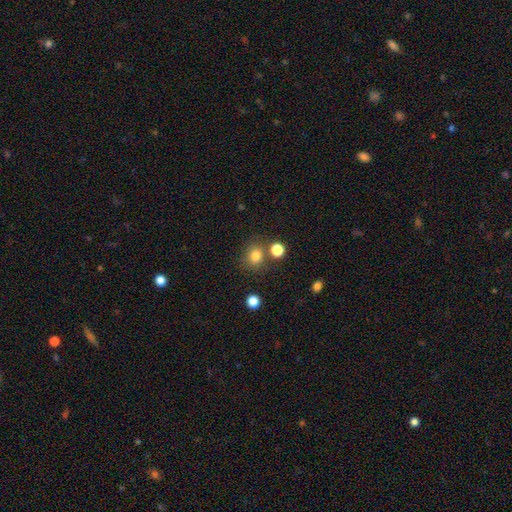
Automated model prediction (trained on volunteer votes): This appears to be a smooth galaxy with no disk features (81%) that is round (80%). Merging: none (75%).